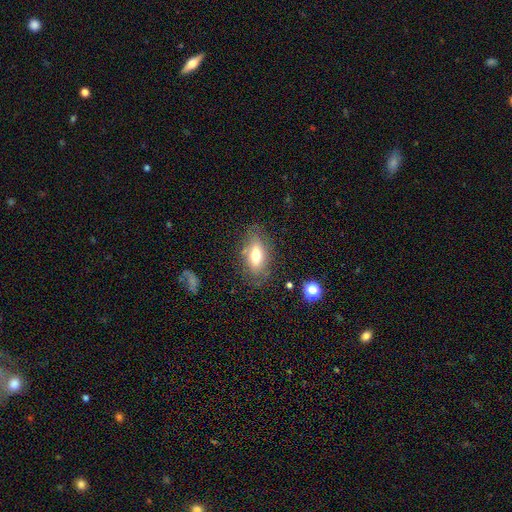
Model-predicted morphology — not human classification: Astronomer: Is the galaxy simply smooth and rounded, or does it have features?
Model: smooth — 63%.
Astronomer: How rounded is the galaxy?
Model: in between — 82%.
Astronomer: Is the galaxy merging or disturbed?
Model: none — 72%.